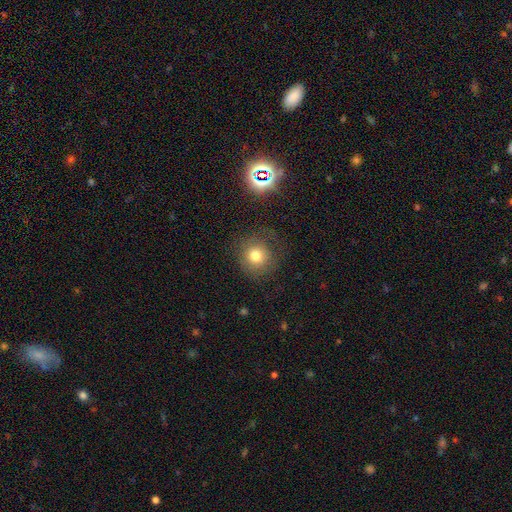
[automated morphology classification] type=smooth (74%); roundness=round (89%); merging=none (73%).